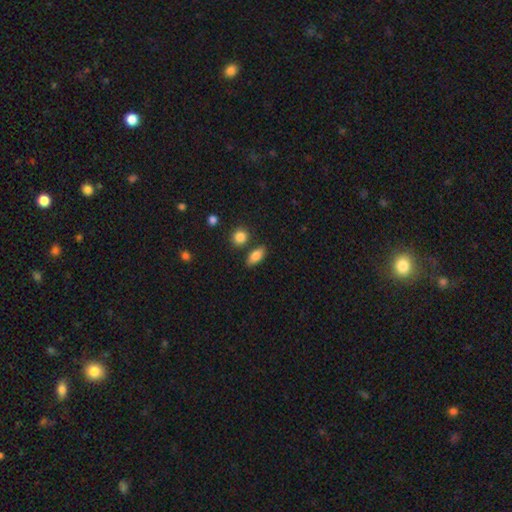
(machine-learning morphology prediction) Q: Smooth or featured?
A: smooth (83%); runner-up: featured or disk (10%)
Q: How rounded?
A: in between (84%); runner-up: cigar-shaped (11%)
Q: Merging?
A: none (79%); runner-up: minor disturbance (11%)